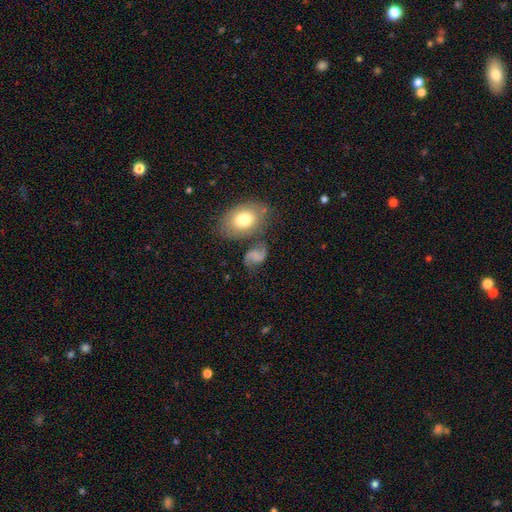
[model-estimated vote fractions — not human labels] Smooth or featured?
  - featured or disk: 63% *
  - smooth: 27%
  - star or artifact: 10%
Edge-on disk?
  - no: 97% *
  - yes: 3%
Bar?
  - no: 56% *
  - weak: 34%
  - strong: 10%
Spiral arms?
  - yes: 89% *
  - no: 11%
Spiral winding?
  - loose: 60% *
  - medium: 32%
  - tight: 8%
Spiral arm count?
  - 2: 90% *
  - 1: 4%
  - can't tell: 3%
  - 3: 1%
  - 4: 1%
  - more than 4: 1%
Bulge size?
  - none: 49% *
  - small: 28%
  - moderate: 16%
  - large: 5%
  - dominant: 2%
Merging?
  - none: 55% *
  - minor disturbance: 19%
  - merger: 14%
  - major disturbance: 11%